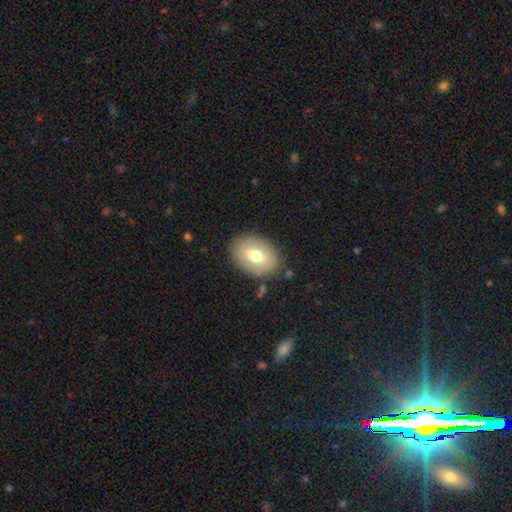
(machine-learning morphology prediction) Overall: smooth (67%). How rounded: in between (81%). Merging: none (83%).